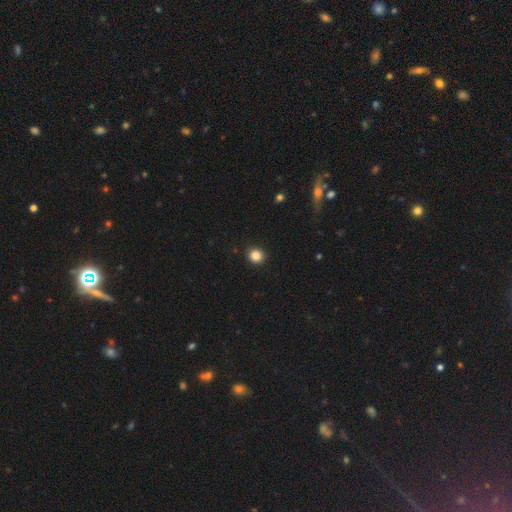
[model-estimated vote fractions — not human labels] This appears to be a smooth galaxy with no disk features (85%) that is round (90%). Merging: none (92%).